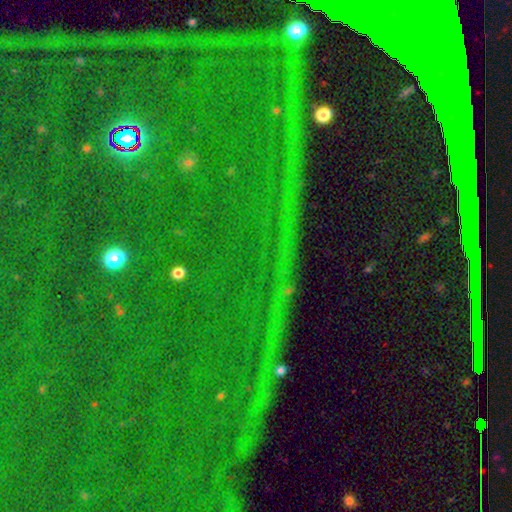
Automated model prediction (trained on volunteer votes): smooth-or-featured: star or artifact: 84% | featured or disk: 8% | smooth: 7%